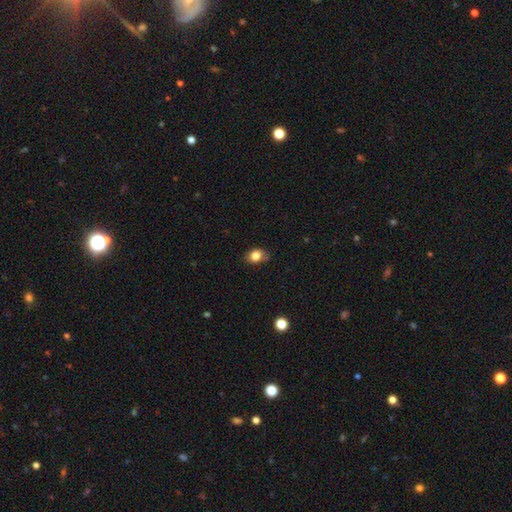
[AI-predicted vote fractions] This is clearly a smooth galaxy (82%). How rounded: likely in between (61%). Merging: likely none (74%).